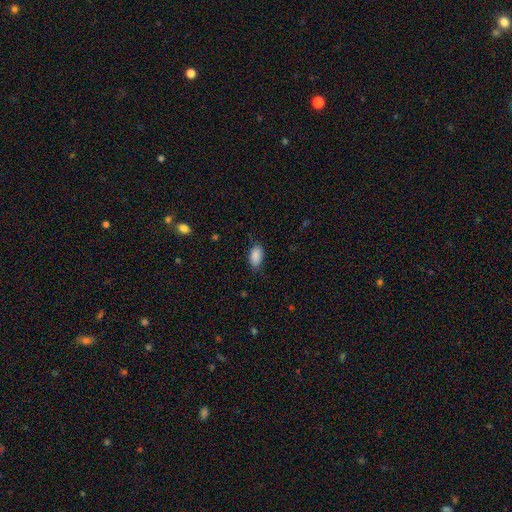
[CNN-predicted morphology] type=smooth (89%); roundness=in between (93%); merging=none (78%).